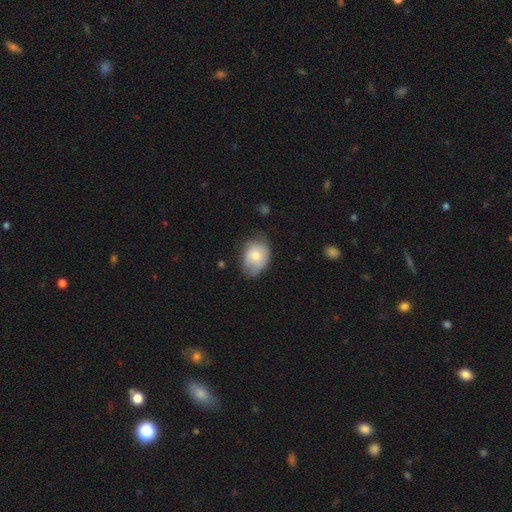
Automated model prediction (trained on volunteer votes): Morphology: type=smooth (71%); roundness=in between (62%); merging=none (55%).